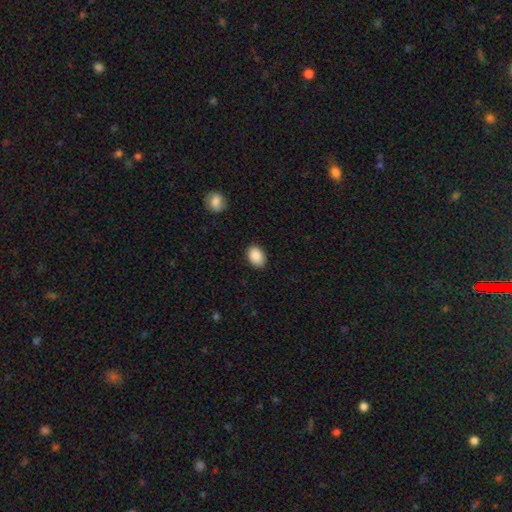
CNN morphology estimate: smooth 89%, star or artifact 7%, featured or disk 3%. Down the decision tree: how rounded — in between (82%); merging — none (86%).